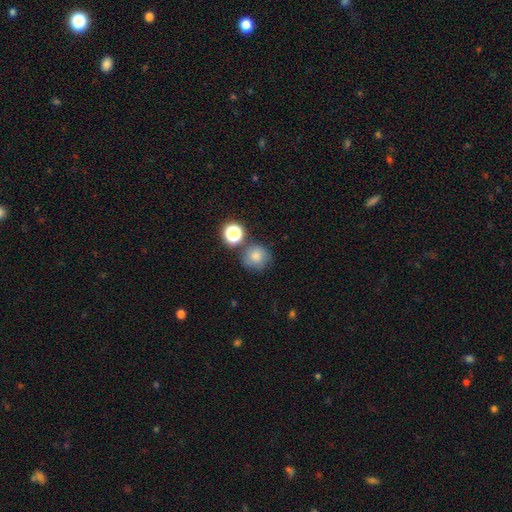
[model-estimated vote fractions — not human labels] The model was most divided on "smooth or featured": smooth: 63%, star or artifact: 21%, featured or disk: 15%. More confident: how rounded — round (88%); merging — none (73%).